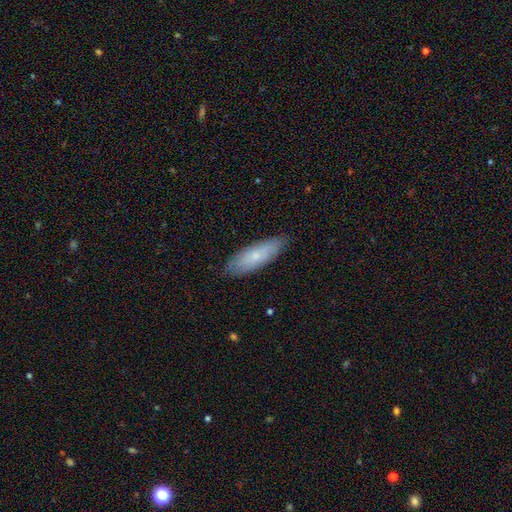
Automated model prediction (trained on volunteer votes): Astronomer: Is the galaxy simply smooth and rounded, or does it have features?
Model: smooth — 63%.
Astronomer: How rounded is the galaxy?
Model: in between — 54% (runner-up: cigar-shaped, 44%).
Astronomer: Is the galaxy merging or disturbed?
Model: none — 85%.